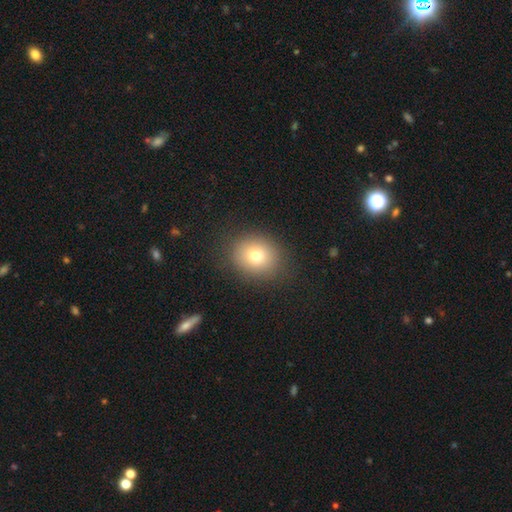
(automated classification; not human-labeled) Overall: smooth (77%). How rounded: round (67%; in between 32%). Merging: none (87%).